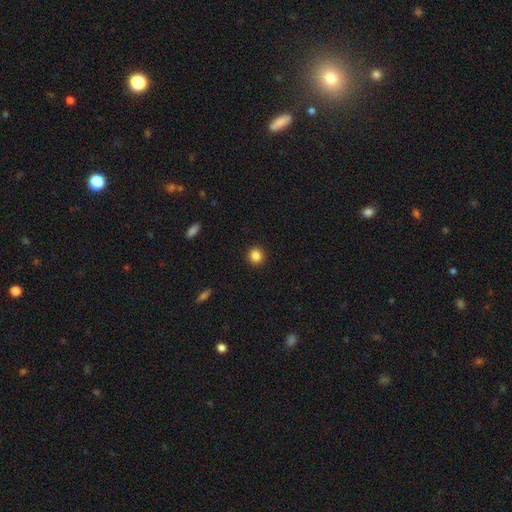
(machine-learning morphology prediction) smooth-or-featured: smooth: 85% | star or artifact: 11% | featured or disk: 4%
  how-rounded: round: 93% | in between: 7% | cigar-shaped: 1%
  merging: none: 93% | minor disturbance: 4% | major disturbance: 2% | merger: 1%